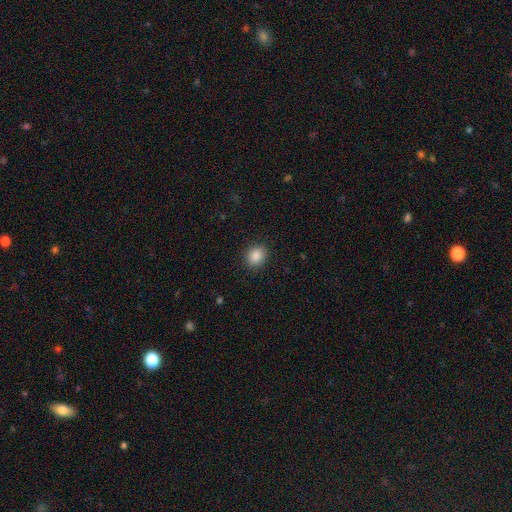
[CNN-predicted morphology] type=smooth (87%); roundness=round (67%); merging=none (89%).